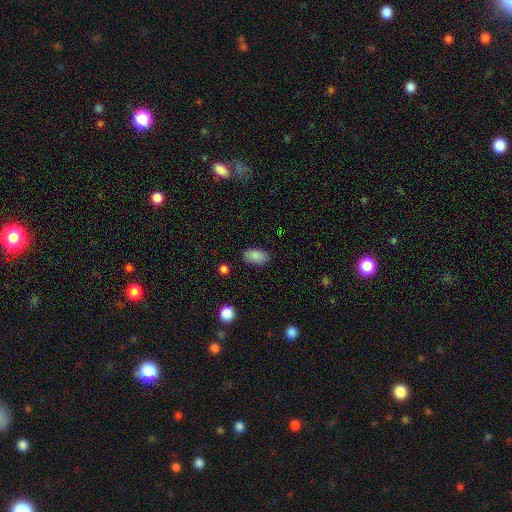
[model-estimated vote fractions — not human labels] A smooth galaxy with no disk features (87%) that is in between round and cigar-shaped (94%). Merging: none (86%).